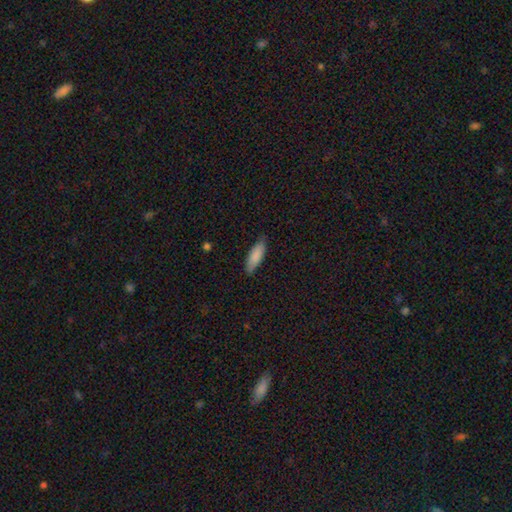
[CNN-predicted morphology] Smooth or featured: smooth — 86% (featured or disk — 8%)
How rounded: in between — 54% (cigar-shaped — 44%)
Merging: none — 82% (minor disturbance — 15%)